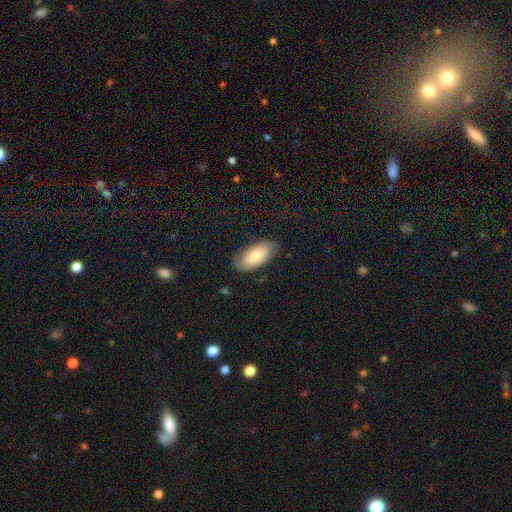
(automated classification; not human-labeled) This is likely a smooth galaxy (61%). How rounded: clearly in between (93%). Merging: likely none (77%).